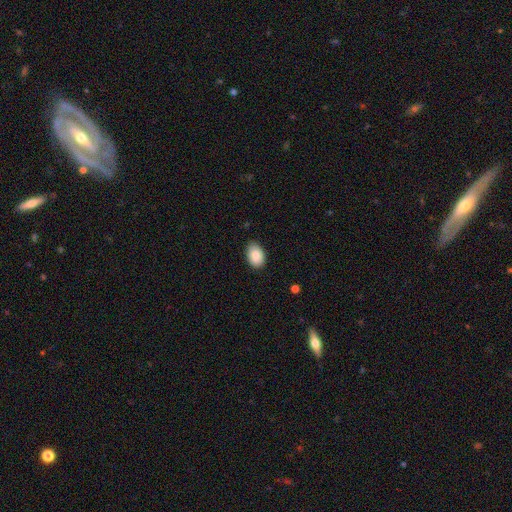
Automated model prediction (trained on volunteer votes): Morphology: type=smooth (88%); roundness=in between (88%); merging=none (83%).